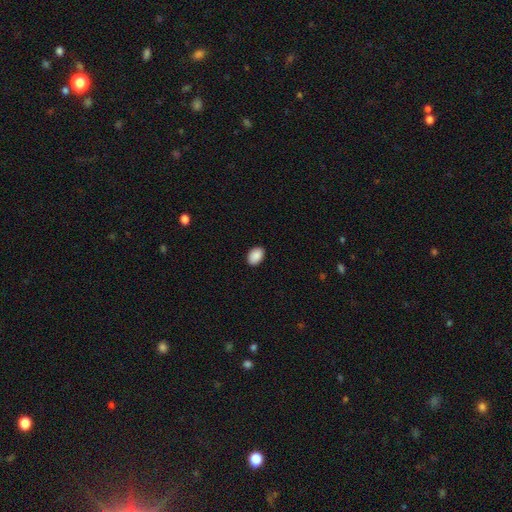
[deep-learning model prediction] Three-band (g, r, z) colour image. It shows a smooth galaxy with no disk features (90%) that is in between round and cigar-shaped (84%). Merging: none (89%).